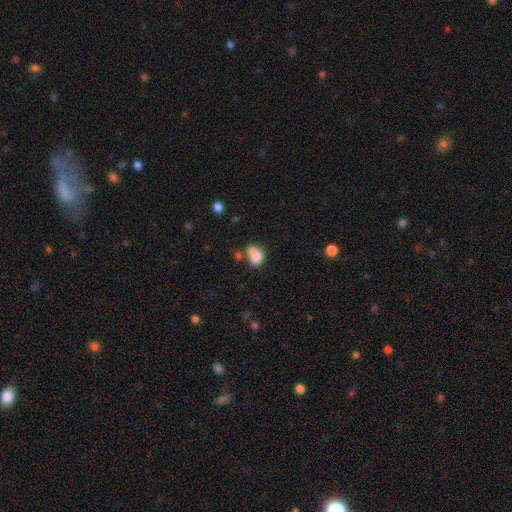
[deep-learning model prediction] smooth_or_featured: smooth (p=0.74) [alt: featured or disk p=0.15]
how_rounded: in between (p=0.74) [alt: round p=0.24]
merging: merger (p=0.38) [alt: none p=0.27]